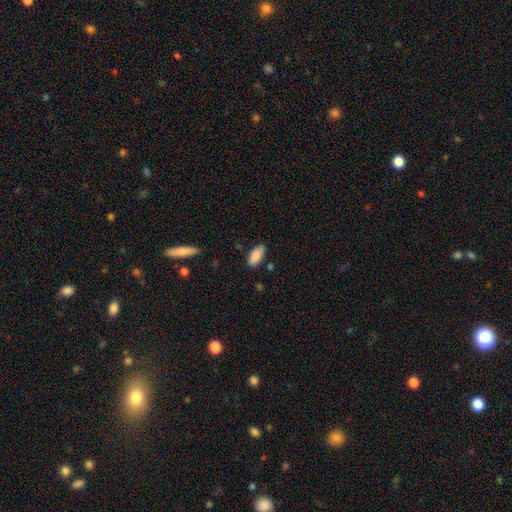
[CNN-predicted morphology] This appears to be a smooth galaxy with no disk features (89%) that is in between round and cigar-shaped (90%). Merging: none (82%).